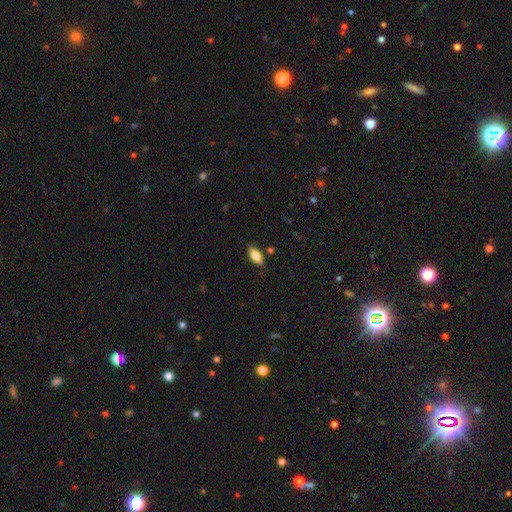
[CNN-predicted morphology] Overall: smooth (79%). How rounded: in between (82%). Merging: none (83%).